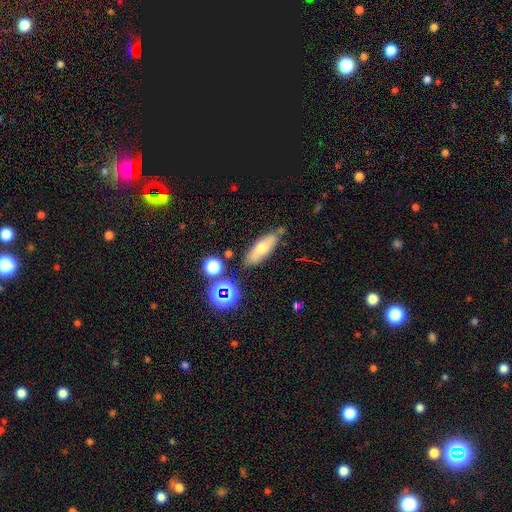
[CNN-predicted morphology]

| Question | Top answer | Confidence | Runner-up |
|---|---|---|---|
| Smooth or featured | smooth | 44% | featured or disk (32%) |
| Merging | none | 76% | minor disturbance (15%) |